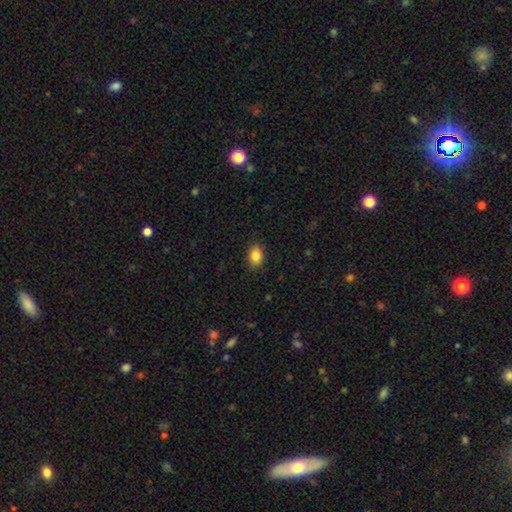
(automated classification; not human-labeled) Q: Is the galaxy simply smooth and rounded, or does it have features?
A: smooth — 86%.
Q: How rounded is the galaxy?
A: in between — 68%.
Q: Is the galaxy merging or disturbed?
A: none — 88%.